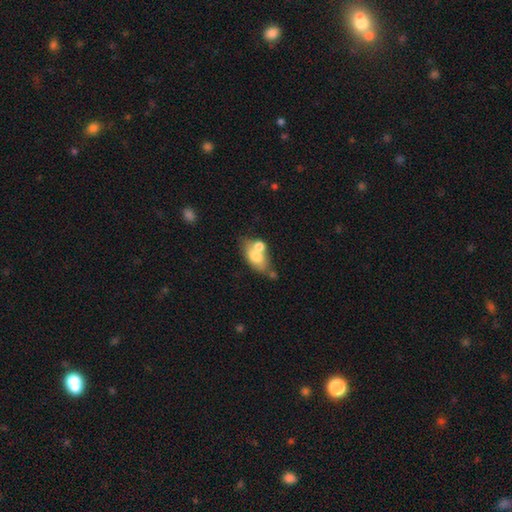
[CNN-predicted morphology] Smooth or featured? Predicted: smooth (p=0.66). How rounded? Predicted: in between (p=0.85). Merging? Predicted: none (p=0.40).